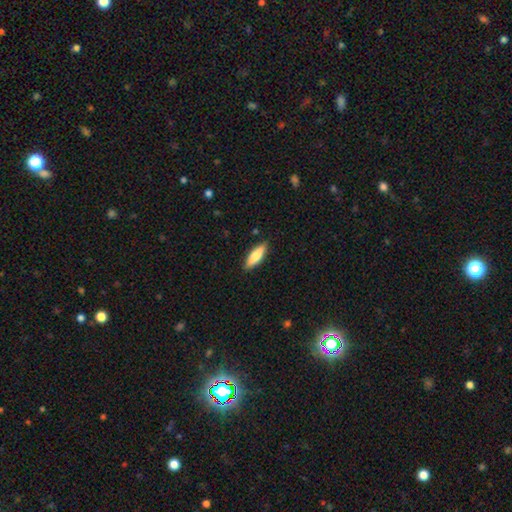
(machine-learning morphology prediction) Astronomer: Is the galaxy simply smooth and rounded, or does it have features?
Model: smooth — 77%.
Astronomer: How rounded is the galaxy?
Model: cigar-shaped — 50% (runner-up: in between, 49%).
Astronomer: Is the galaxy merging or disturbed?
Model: none — 87%.